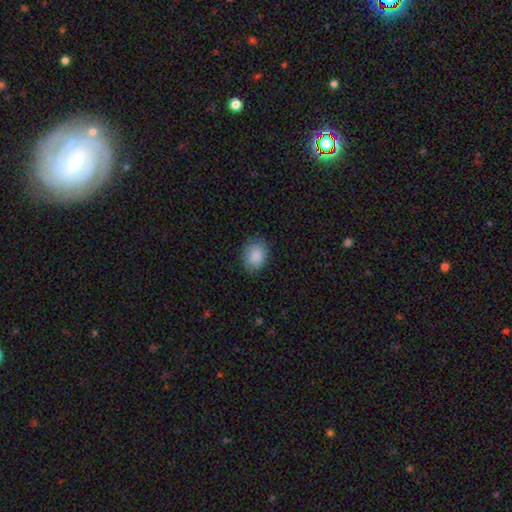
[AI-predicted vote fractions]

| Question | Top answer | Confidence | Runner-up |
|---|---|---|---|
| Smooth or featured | smooth | 88% | star or artifact (7%) |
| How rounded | in between | 65% | round (34%) |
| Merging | none | 81% | minor disturbance (15%) |